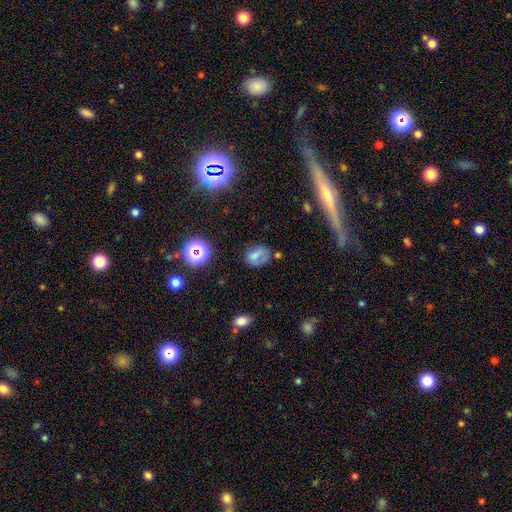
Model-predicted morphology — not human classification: Smooth or featured: smooth — 66% (featured or disk — 18%)
How rounded: in between — 68% (round — 31%)
Merging: none — 51% (minor disturbance — 27%)